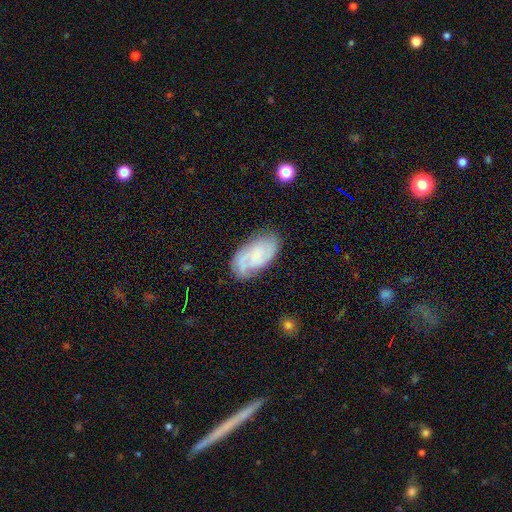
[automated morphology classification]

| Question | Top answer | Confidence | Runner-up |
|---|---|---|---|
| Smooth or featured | featured or disk | 63% | smooth (30%) |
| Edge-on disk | no | 95% | yes (5%) |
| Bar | no | 61% | weak (33%) |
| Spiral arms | yes | 90% | no (10%) |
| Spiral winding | tight | 44% | medium (40%) |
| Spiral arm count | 2 | 51% | can't tell (28%) |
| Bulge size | small | 73% | moderate (15%) |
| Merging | none | 70% | minor disturbance (22%) |